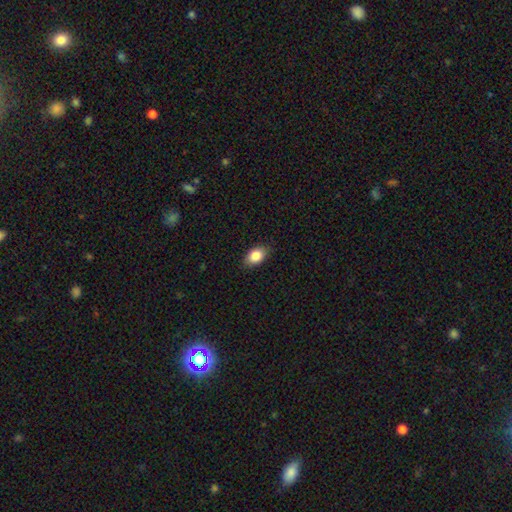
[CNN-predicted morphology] Smooth or featured? smooth (85%)
How rounded? in between (86%)
Merging? none (86%)